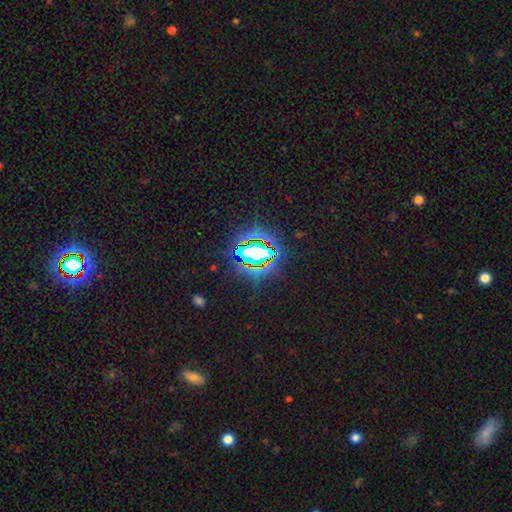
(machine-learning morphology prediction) Smooth or featured? star or artifact (73%)